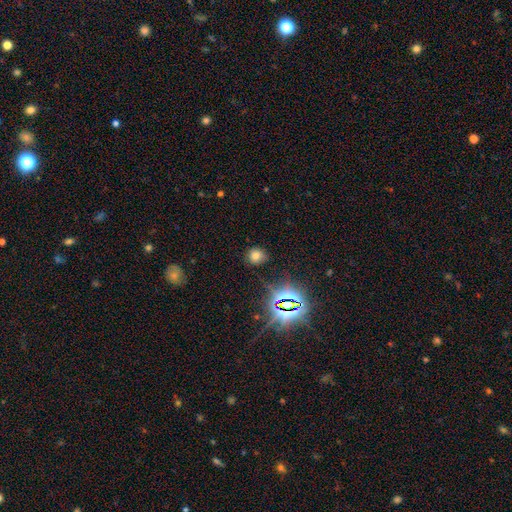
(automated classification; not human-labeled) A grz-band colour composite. It shows a smooth galaxy with no disk features (66%) that is round (76%). Merging: none (80%).